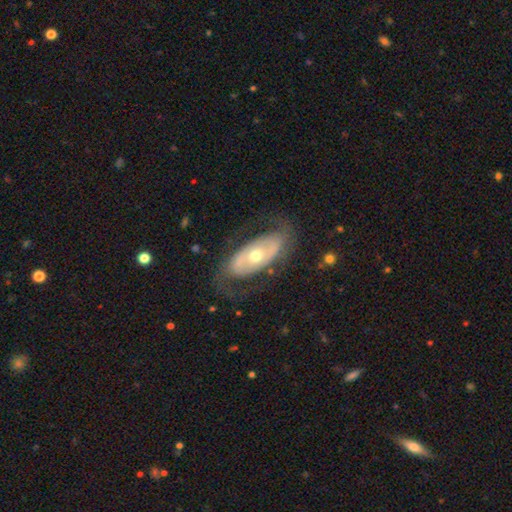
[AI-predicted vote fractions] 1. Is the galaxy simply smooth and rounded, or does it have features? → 74% featured or disk, 21% smooth, 6% star or artifact.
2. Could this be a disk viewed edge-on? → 90% no, 10% yes.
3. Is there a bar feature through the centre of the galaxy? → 68% no, 19% weak, 13% strong.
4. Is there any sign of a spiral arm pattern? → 64% yes, 36% no.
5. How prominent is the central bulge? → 61% moderate, 32% small, 4% large, 1% dominant, 1% none.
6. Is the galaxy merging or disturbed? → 72% none, 15% minor disturbance, 12% major disturbance, 1% merger.